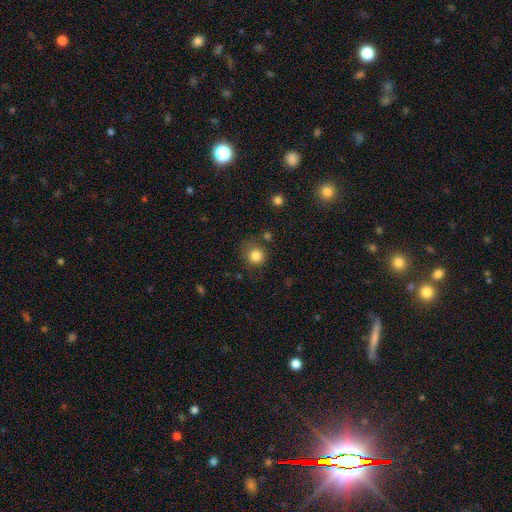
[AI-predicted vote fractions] Smooth or featured: smooth — 84% (star or artifact — 11%)
How rounded: round — 89% (in between — 11%)
Merging: none — 73% (minor disturbance — 16%)